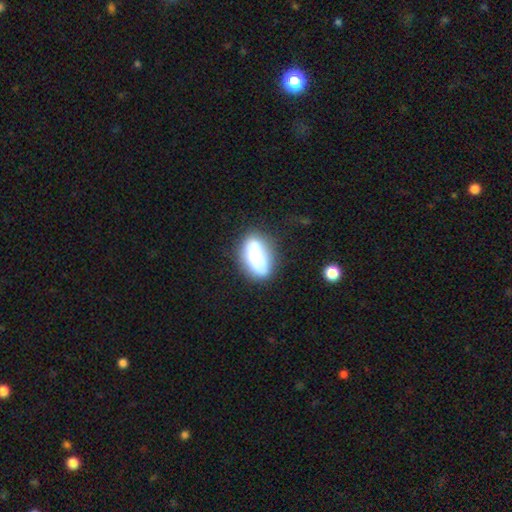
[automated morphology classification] This is likely a smooth galaxy (69%). How rounded: clearly in between (83%). Merging: likely none (60%).